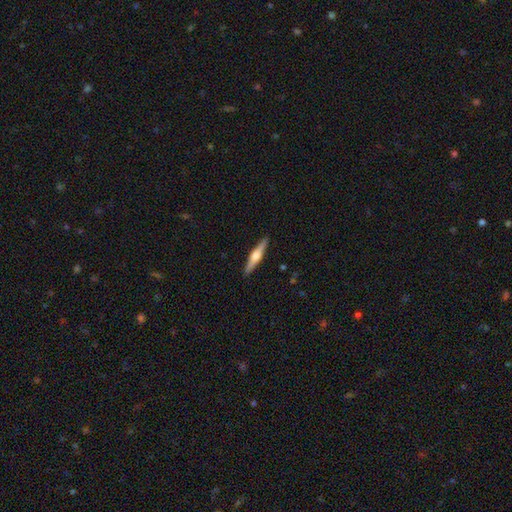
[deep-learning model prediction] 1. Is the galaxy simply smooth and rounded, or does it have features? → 65% featured or disk, 30% smooth, 5% star or artifact.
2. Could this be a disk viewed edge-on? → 98% yes, 2% no.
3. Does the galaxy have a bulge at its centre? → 91% rounded, 6% boxy, 3% none.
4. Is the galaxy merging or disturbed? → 92% none, 6% minor disturbance, 1% major disturbance, 1% merger.